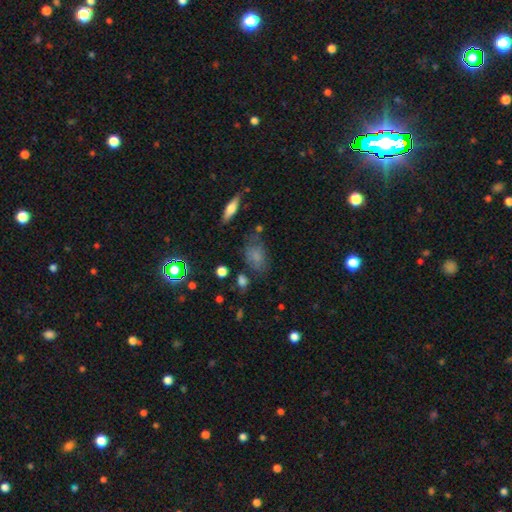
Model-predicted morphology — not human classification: This is likely a smooth galaxy (69%). How rounded: likely in between (79%). Merging: possibly none (56%).